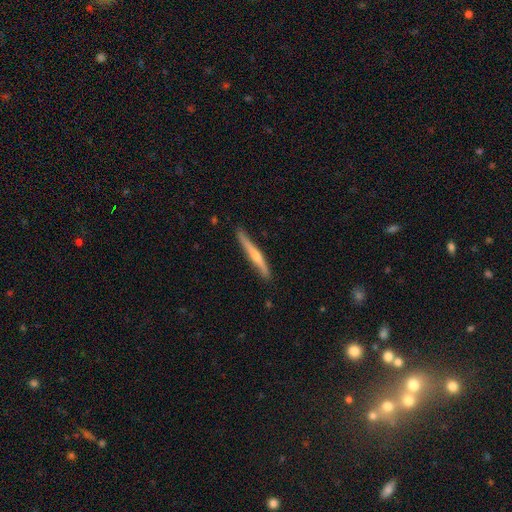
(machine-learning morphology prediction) A featured or disk galaxy (67%) viewed edge-on (97%) with a rounded central bulge (80%). Merging: none (88%).